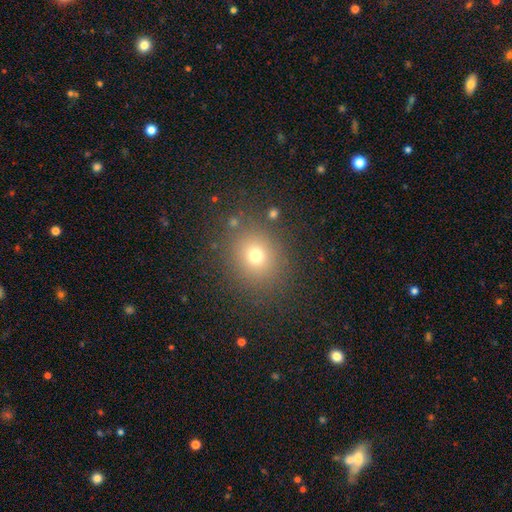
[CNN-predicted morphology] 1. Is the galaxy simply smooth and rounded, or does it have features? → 71% smooth, 20% star or artifact, 10% featured or disk.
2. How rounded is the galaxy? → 79% round, 20% in between, 1% cigar-shaped.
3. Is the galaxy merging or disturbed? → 84% none, 9% minor disturbance, 4% major disturbance, 3% merger.